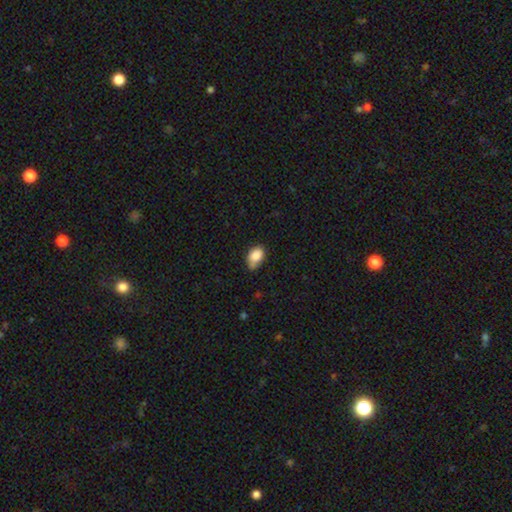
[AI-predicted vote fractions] smooth-or-featured: smooth: 86% | star or artifact: 9% | featured or disk: 6%
  how-rounded: in between: 81% | round: 18% | cigar-shaped: 1%
  merging: none: 50% | minor disturbance: 37% | major disturbance: 7% | merger: 7%